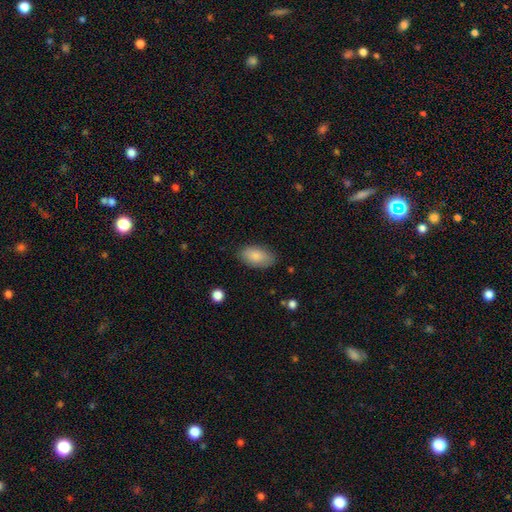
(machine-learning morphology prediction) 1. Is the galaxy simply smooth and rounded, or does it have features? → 86% smooth, 8% featured or disk, 6% star or artifact.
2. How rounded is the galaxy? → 94% in between, 4% round, 2% cigar-shaped.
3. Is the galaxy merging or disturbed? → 83% none, 13% minor disturbance, 3% major disturbance, 1% merger.